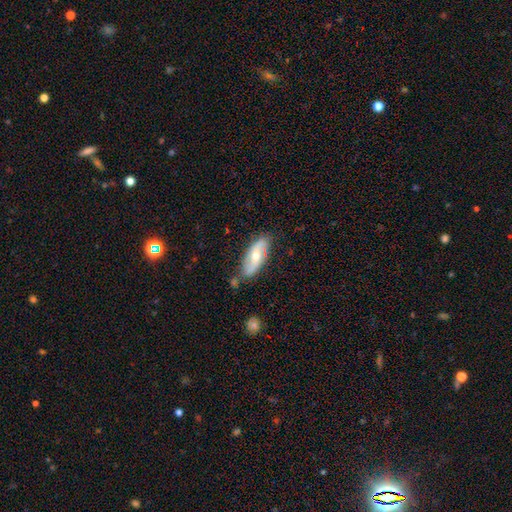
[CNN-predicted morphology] Q: Smooth or featured?
A: featured or disk (66%); runner-up: smooth (28%)
Q: Edge-on disk?
A: no (85%); runner-up: yes (15%)
Q: Bar?
A: no (51%); runner-up: weak (34%)
Q: Spiral arms?
A: yes (85%); runner-up: no (15%)
Q: Bulge size?
A: moderate (67%); runner-up: small (28%)
Q: Merging?
A: none (74%); runner-up: minor disturbance (18%)